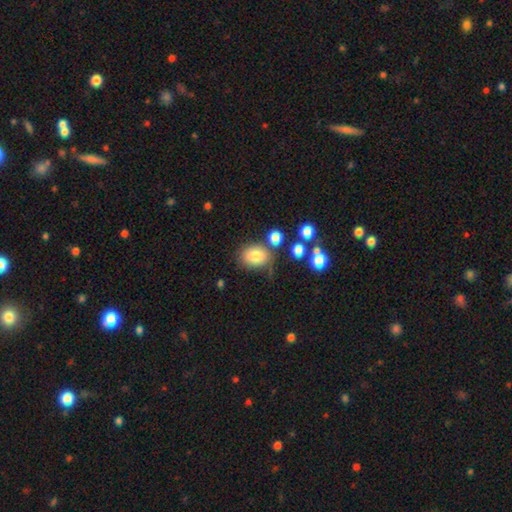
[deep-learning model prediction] A smooth galaxy with no disk features (80%) that is in between round and cigar-shaped (59%).

Vote fractions:
- Smooth or featured? smooth: 80% / star or artifact: 11% / featured or disk: 10%
- How rounded? in between: 59% / round: 40% / cigar-shaped: 1%
- Merging? none: 69% / minor disturbance: 16% / merger: 10% / major disturbance: 5%